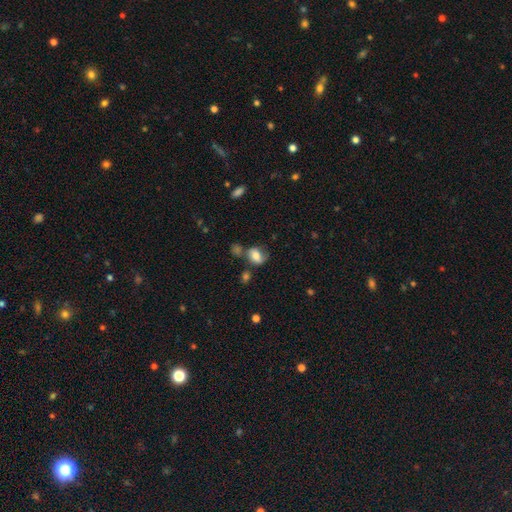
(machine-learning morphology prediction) A smooth galaxy with no disk features (67%) that is in between round and cigar-shaped (67%). Merging: none (49%).